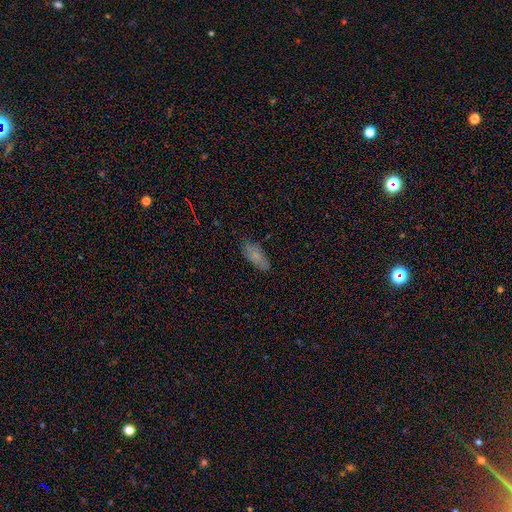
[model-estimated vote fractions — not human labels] A smooth galaxy with no disk features (75%) that is in between round and cigar-shaped (81%).

Vote fractions:
- Smooth or featured? smooth: 75% / featured or disk: 15% / star or artifact: 10%
- How rounded? in between: 81% / cigar-shaped: 17% / round: 2%
- Merging? none: 74% / minor disturbance: 20% / major disturbance: 4% / merger: 2%